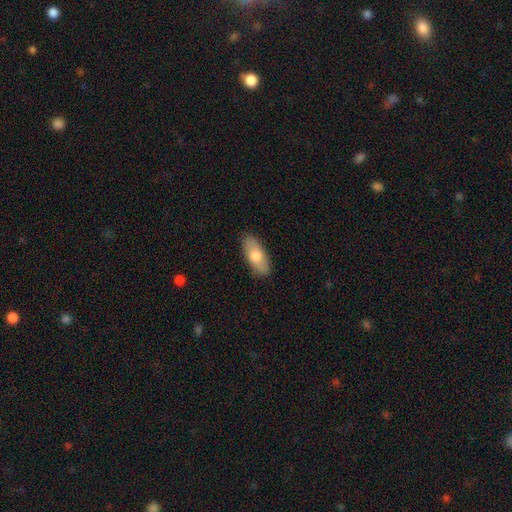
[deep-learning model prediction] Overall: smooth (71%). How rounded: in between (80%). Merging: none (86%).